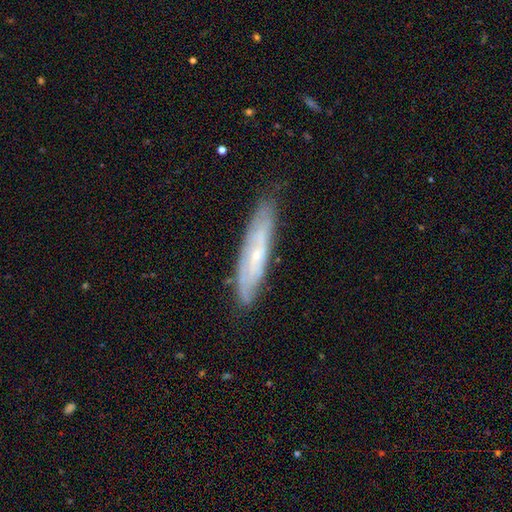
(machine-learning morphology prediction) Smooth or featured? featured or disk (67%)
Edge-on disk? no (57%)
Merging? none (80%)